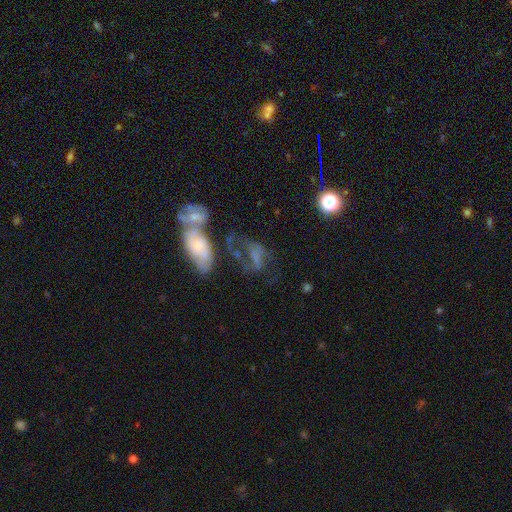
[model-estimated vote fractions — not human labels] Smooth or featured? Predicted: featured or disk (p=0.46). Merging? Predicted: none (p=0.29).